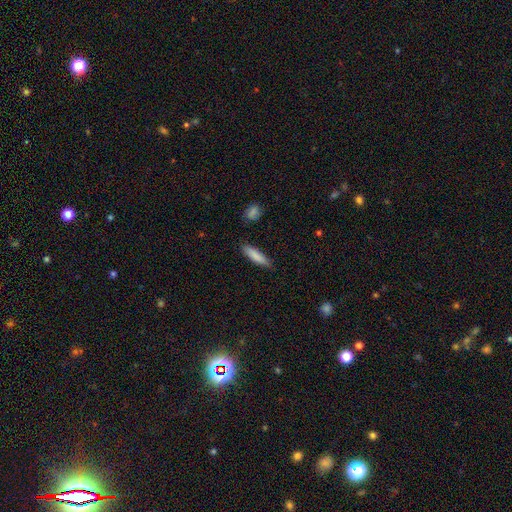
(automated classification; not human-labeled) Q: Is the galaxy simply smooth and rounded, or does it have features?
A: smooth — 84%.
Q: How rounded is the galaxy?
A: cigar-shaped — 76%.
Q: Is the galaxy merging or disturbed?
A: none — 84%.